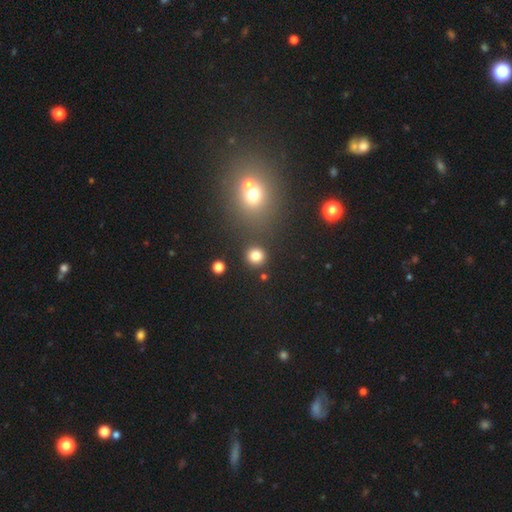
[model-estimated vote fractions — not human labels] Overall: smooth (81%). How rounded: round (90%). Merging: none (87%).